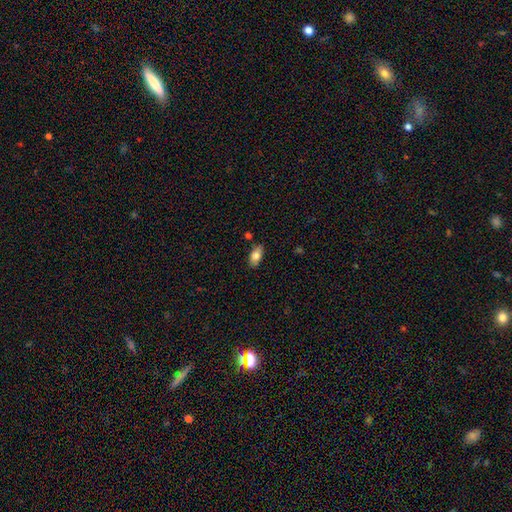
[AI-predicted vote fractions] smooth_or_featured: smooth (p=0.78) [alt: featured or disk p=0.15]
how_rounded: in between (p=0.90) [alt: cigar-shaped p=0.07]
merging: none (p=0.83) [alt: minor disturbance p=0.12]